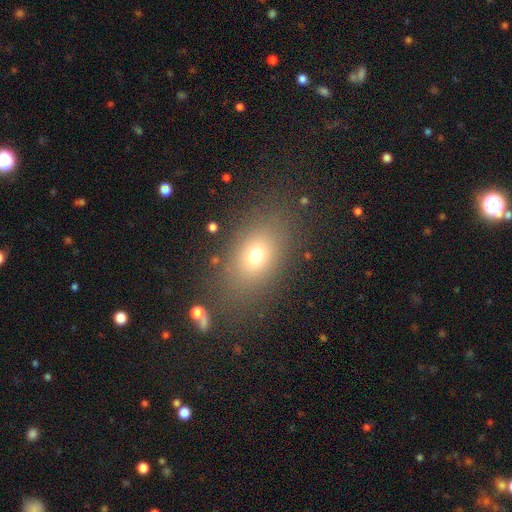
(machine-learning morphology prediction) Smooth or featured? Predicted: smooth (p=0.70). How rounded? Predicted: in between (p=0.71). Merging? Predicted: none (p=0.78).